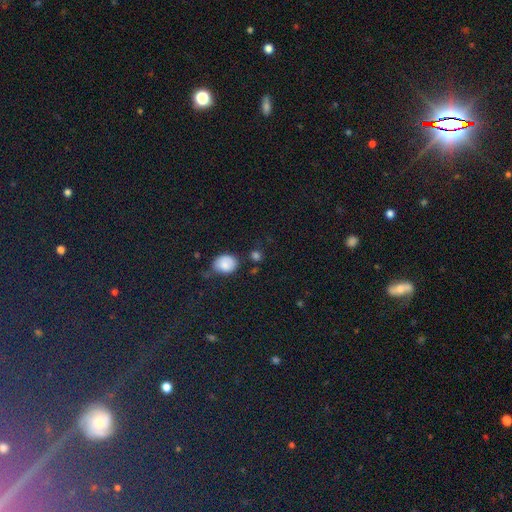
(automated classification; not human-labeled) A smooth galaxy with no disk features (68%) that is round (69%). Merging: none (73%).